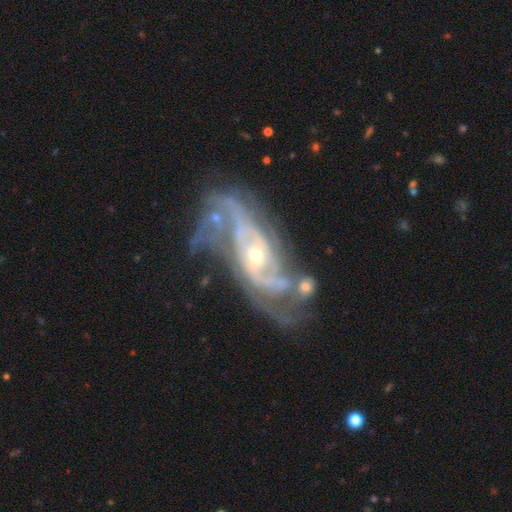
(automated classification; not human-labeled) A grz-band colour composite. It shows a featured or disk galaxy (90%) with no bar (56%), 2 (45%) medium (43%) spiral arms (96%) and a small central bulge (58%). Merging: none (45%).